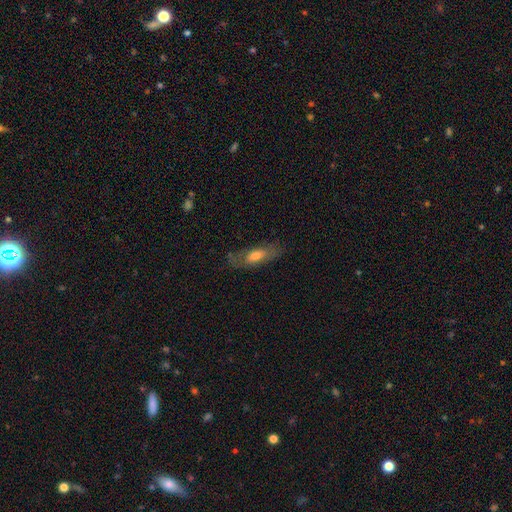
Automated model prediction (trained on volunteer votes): Morphology: type=smooth (56%); roundness=in between (68%); merging=none (71%).